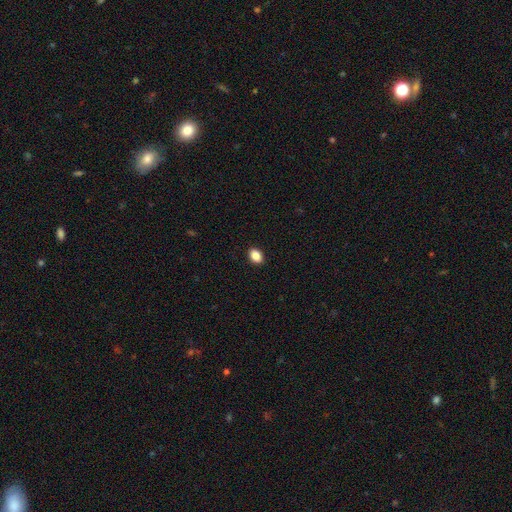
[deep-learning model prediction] This is clearly a smooth galaxy (87%). How rounded: likely in between (77%). Merging: clearly none (91%).